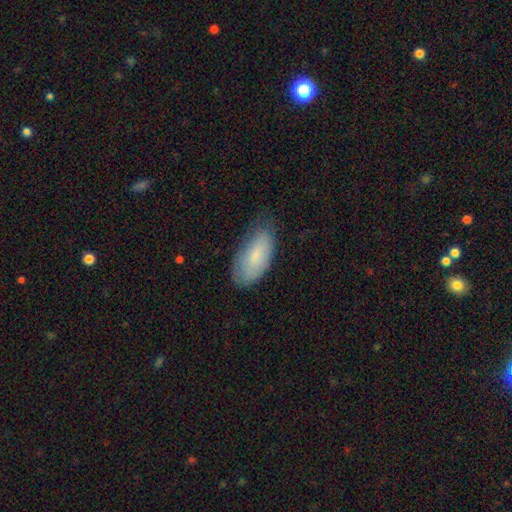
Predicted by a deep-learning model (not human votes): smooth_or_featured: smooth (p=0.78) [alt: featured or disk p=0.16]
how_rounded: in between (p=0.91) [alt: cigar-shaped p=0.07]
merging: none (p=0.62) [alt: minor disturbance p=0.30]